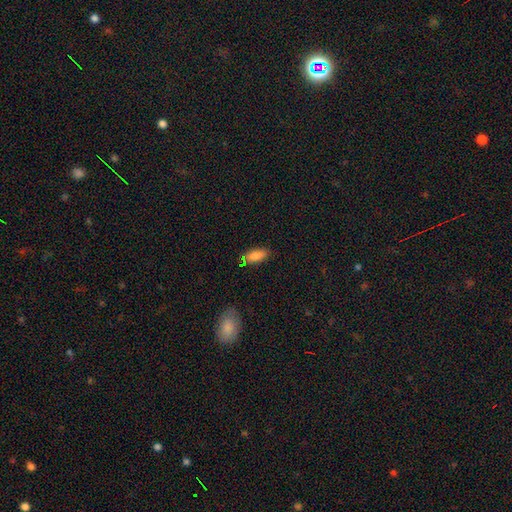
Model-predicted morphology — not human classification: A smooth galaxy with no disk features (81%) that is in between round and cigar-shaped (85%).

Vote fractions:
- Smooth or featured? smooth: 81% / featured or disk: 10% / star or artifact: 9%
- How rounded? in between: 85% / cigar-shaped: 12% / round: 3%
- Merging? none: 77% / minor disturbance: 16% / merger: 4% / major disturbance: 3%